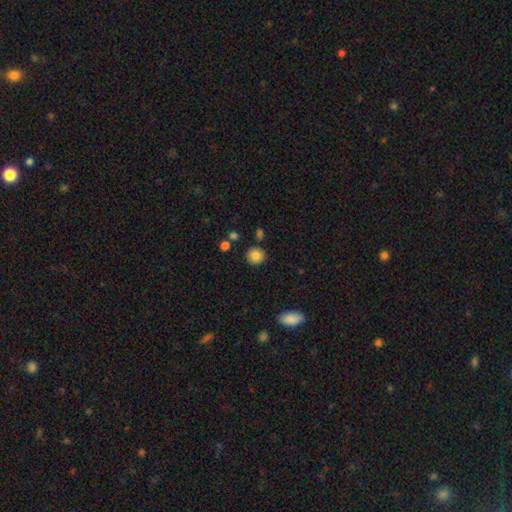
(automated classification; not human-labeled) Smooth or featured: smooth — 84% (star or artifact — 9%)
How rounded: round — 91% (in between — 8%)
Merging: none — 86% (minor disturbance — 8%)